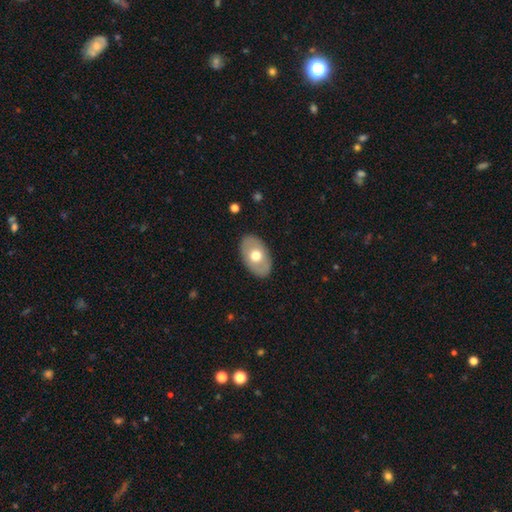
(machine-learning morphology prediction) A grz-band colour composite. It shows a smooth galaxy with no disk features (58%) that is in between round and cigar-shaped (89%). Merging: none (87%).